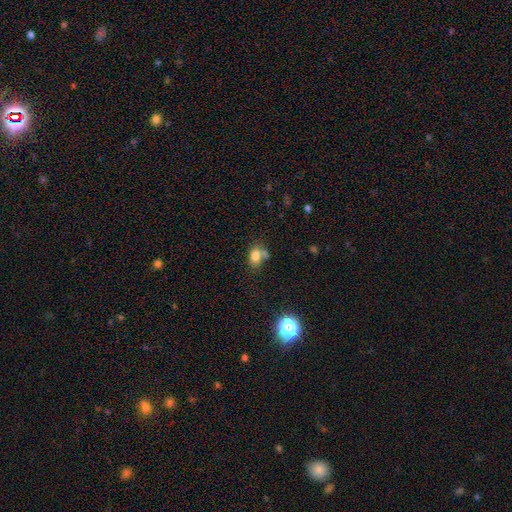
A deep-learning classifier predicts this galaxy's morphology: Q: Smooth or featured?
A: smooth (77%); runner-up: star or artifact (13%)
Q: How rounded?
A: in between (74%); runner-up: round (24%)
Q: Merging?
A: none (44%); runner-up: merger (30%)